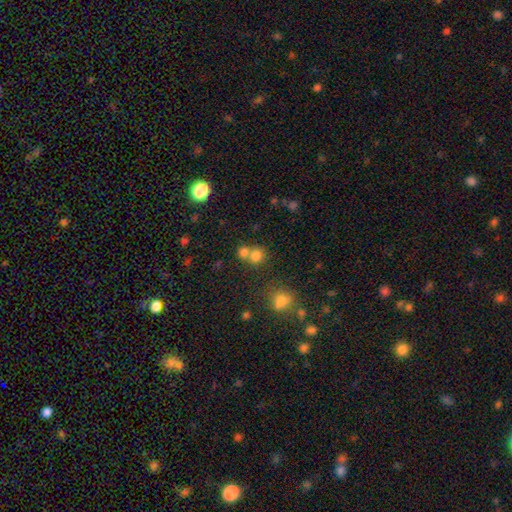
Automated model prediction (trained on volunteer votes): This appears to be a smooth galaxy with no disk features (76%) that is round (79%). Merging: merger (46%).